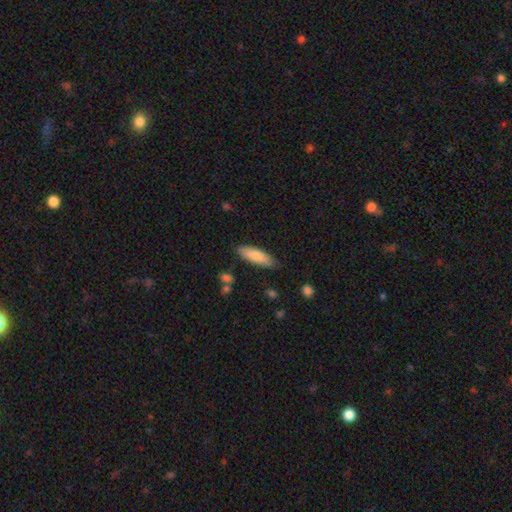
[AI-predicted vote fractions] A smooth galaxy with no disk features (82%) that is cigar-shaped (51%). Merging: none (83%).